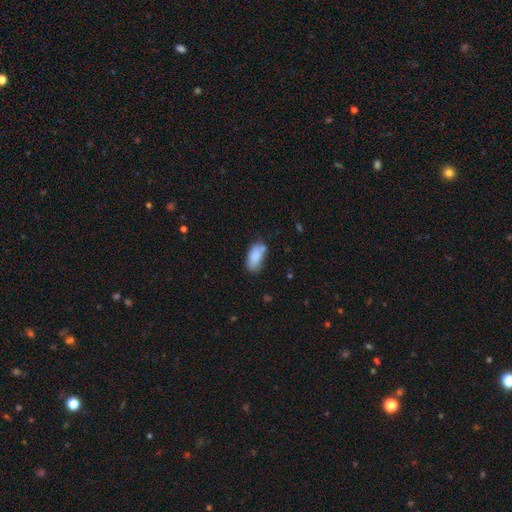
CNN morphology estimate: type=smooth (84%); roundness=in between (90%); merging=none (60%).